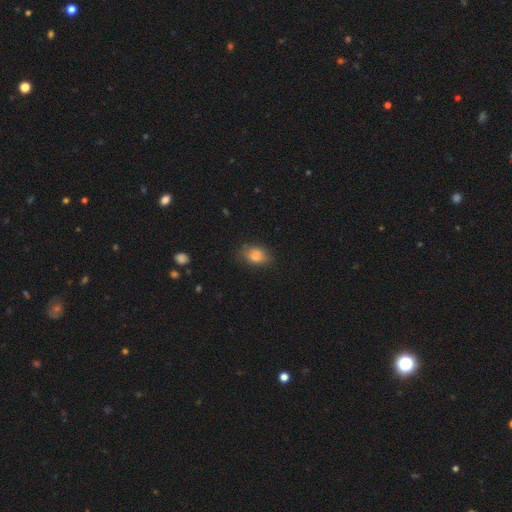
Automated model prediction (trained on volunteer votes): Smooth or featured? Predicted: smooth (p=0.82). How rounded? Predicted: in between (p=0.78). Merging? Predicted: none (p=0.74).